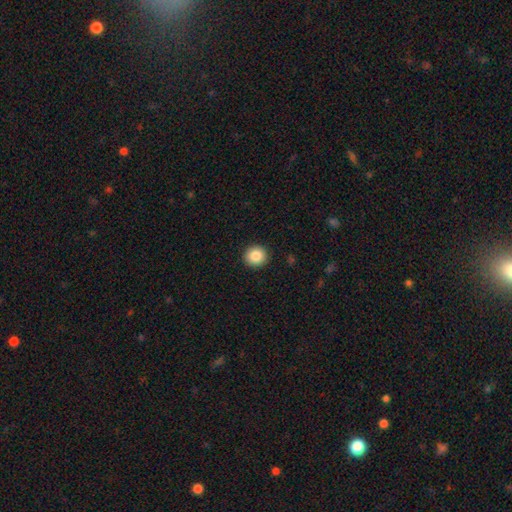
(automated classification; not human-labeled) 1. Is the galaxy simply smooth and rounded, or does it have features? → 86% smooth, 9% star or artifact, 5% featured or disk.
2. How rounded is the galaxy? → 93% round, 6% in between, 1% cigar-shaped.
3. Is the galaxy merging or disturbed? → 92% none, 5% minor disturbance, 2% major disturbance, 1% merger.